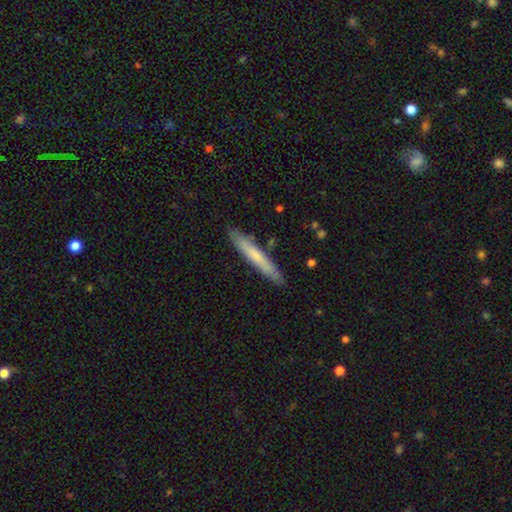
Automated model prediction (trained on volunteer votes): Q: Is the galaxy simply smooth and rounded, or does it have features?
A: smooth — 63%.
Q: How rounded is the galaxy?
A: cigar-shaped — 95%.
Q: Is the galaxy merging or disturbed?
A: none — 87%.